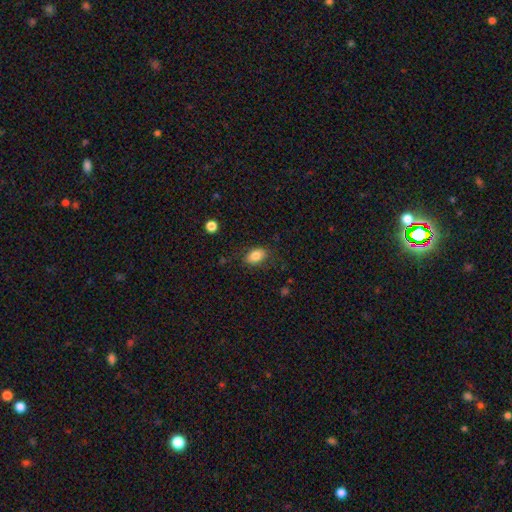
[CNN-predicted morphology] smooth_or_featured: smooth (p=0.84) [alt: star or artifact p=0.08]
how_rounded: in between (p=0.87) [alt: round p=0.11]
merging: none (p=0.80) [alt: minor disturbance p=0.14]